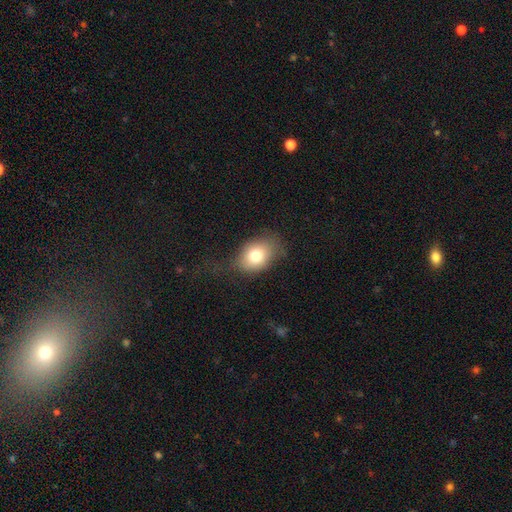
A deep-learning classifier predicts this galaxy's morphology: Smooth or featured? Predicted: smooth (p=0.76). How rounded? Predicted: in between (p=0.70). Merging? Predicted: none (p=0.59).